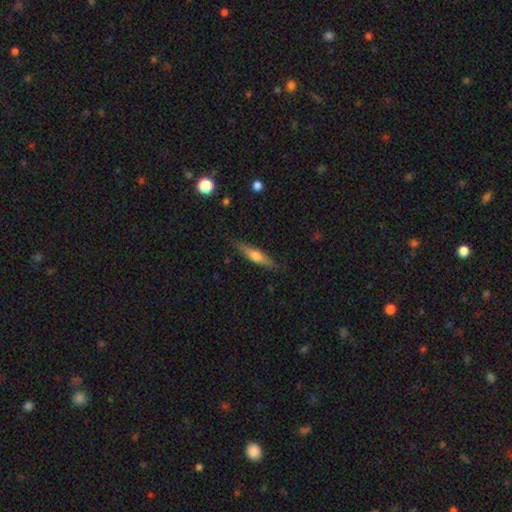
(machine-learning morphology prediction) Q: Smooth or featured?
A: featured or disk (50%); runner-up: smooth (44%)
Q: Merging?
A: none (85%); runner-up: minor disturbance (11%)